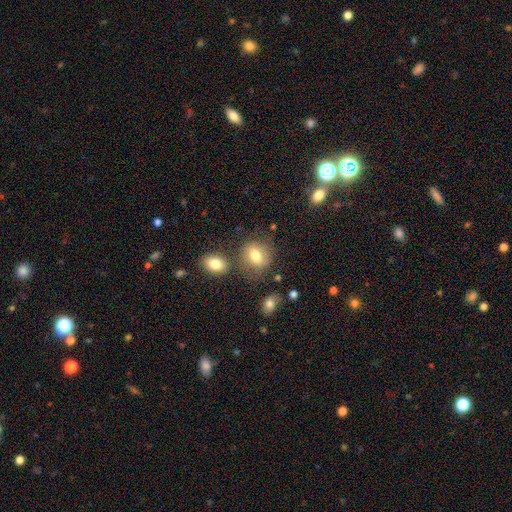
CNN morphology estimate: Smooth or featured: smooth — 74% (featured or disk — 16%)
How rounded: round — 57% (in between — 42%)
Merging: none — 65% (minor disturbance — 18%)